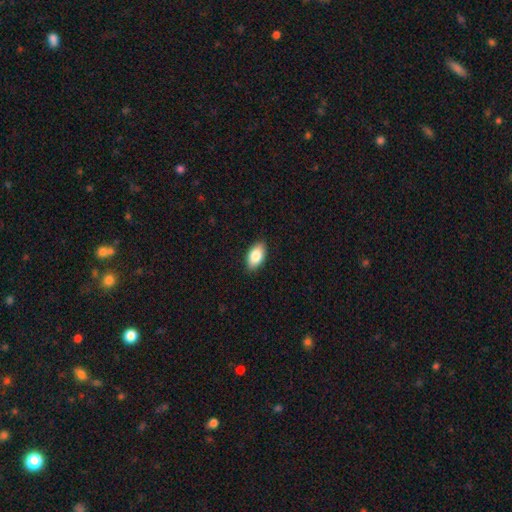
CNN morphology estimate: smooth 84%, featured or disk 9%, star or artifact 6%. Down the decision tree: how rounded — in between (94%); merging — none (89%).